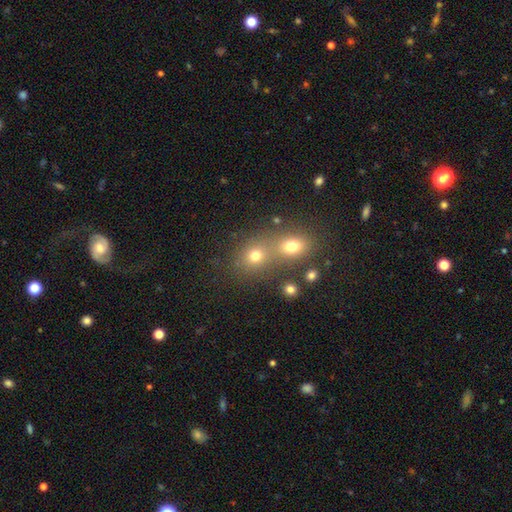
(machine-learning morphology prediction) A smooth galaxy with no disk features (70%) that is round (69%). Merging: merger (46%).